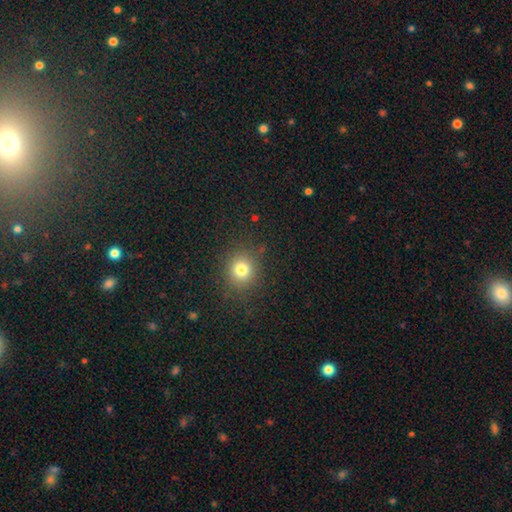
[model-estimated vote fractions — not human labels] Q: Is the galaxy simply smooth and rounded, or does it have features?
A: smooth — 64%.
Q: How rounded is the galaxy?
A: round — 83%.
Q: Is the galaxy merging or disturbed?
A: none — 90%.